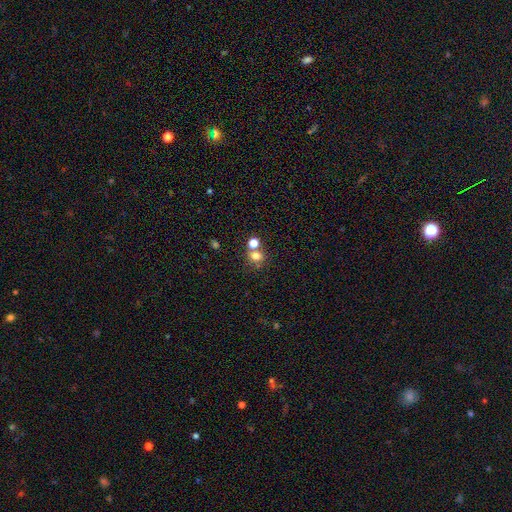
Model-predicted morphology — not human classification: This appears to be a smooth galaxy with no disk features (72%) that is round (75%). Merging: none (54%).